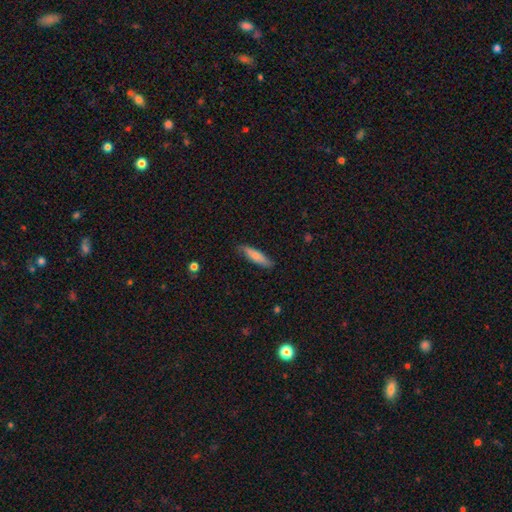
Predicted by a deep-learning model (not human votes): Smooth or featured? Predicted: smooth (p=0.75). How rounded? Predicted: cigar-shaped (p=0.76). Merging? Predicted: none (p=0.81).